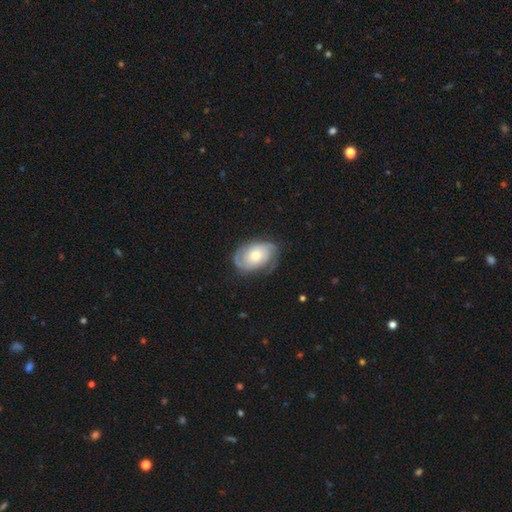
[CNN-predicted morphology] This appears to be a featured or disk galaxy (71%) with no bar (80%), 2 (68%) tight (48%) spiral arms (88%) and a moderate central bulge (56%). Merging: none (72%).